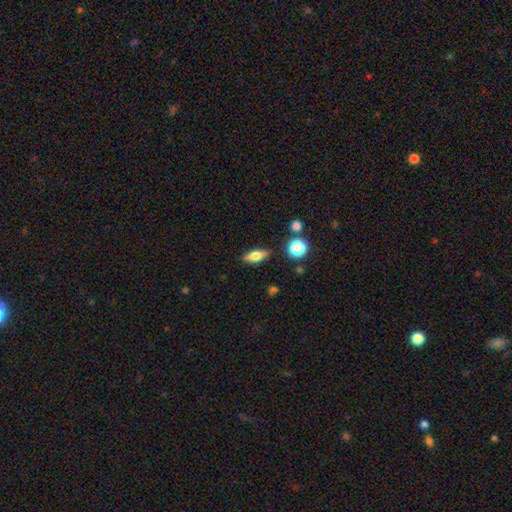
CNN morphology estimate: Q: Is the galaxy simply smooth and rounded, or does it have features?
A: smooth — 61%.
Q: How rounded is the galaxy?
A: in between — 69%.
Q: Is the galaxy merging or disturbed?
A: none — 84%.